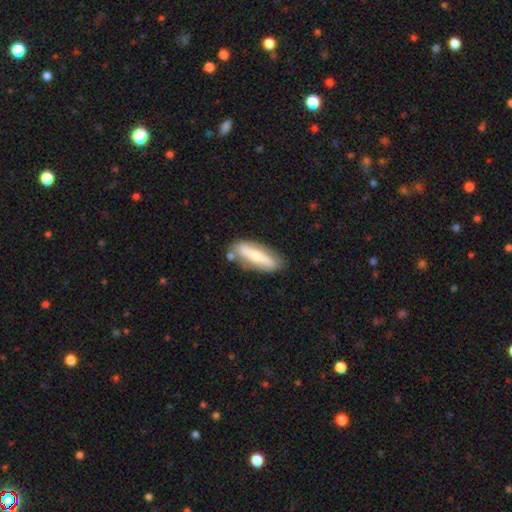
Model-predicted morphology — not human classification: A smooth galaxy with no disk features (51%) that is cigar-shaped (54%). Merging: none (72%).